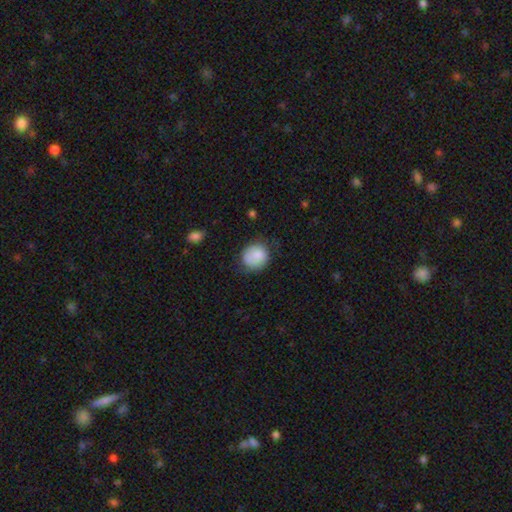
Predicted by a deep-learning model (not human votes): A smooth galaxy with no disk features (82%) that is round (82%).

Vote fractions:
- Smooth or featured? smooth: 82% / featured or disk: 11% / star or artifact: 7%
- How rounded? round: 82% / in between: 17% / cigar-shaped: 1%
- Merging? none: 67% / minor disturbance: 25% / major disturbance: 7% / merger: 2%